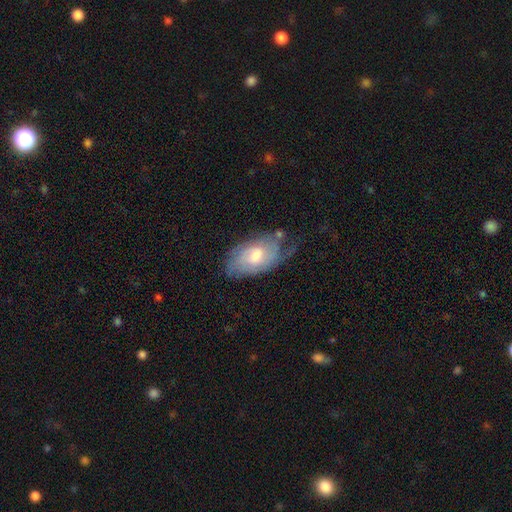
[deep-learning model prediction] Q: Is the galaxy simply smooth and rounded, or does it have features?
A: featured or disk — 56%.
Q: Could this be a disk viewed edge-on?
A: no — 92%.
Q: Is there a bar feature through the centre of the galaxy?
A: no — 60%.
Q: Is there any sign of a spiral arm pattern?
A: yes — 76%.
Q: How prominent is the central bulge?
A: moderate — 67%.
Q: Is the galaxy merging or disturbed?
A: none — 48%.